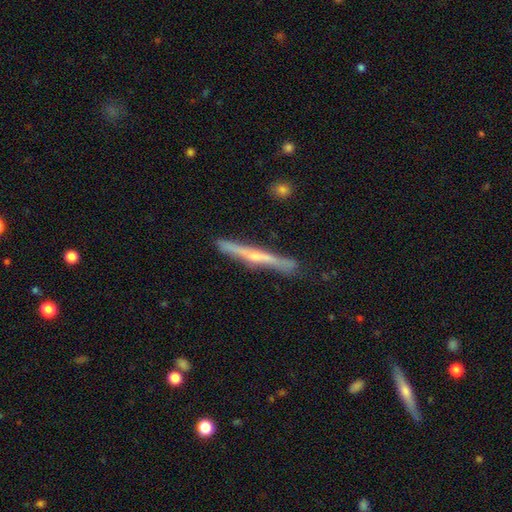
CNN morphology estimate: featured or disk 70%, smooth 24%, star or artifact 6%. Down the decision tree: edge-on disk — yes (97%); edge-on bulge — rounded (62%); merging — none (84%).